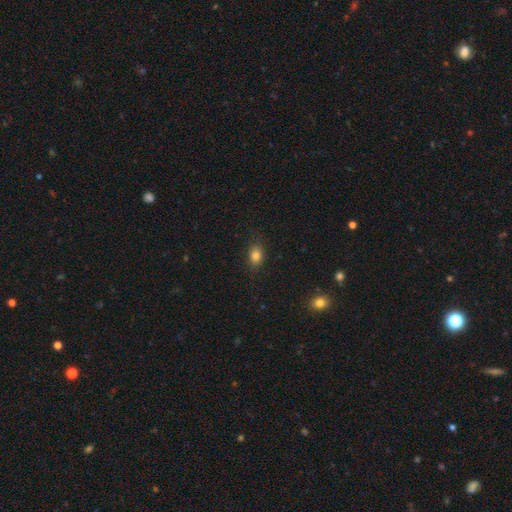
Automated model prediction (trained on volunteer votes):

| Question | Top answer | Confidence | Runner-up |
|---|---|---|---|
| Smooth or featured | smooth | 81% | star or artifact (11%) |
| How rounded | in between | 72% | round (27%) |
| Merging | none | 85% | minor disturbance (12%) |